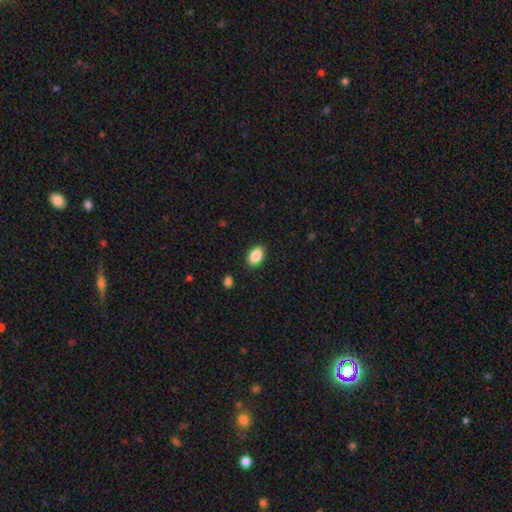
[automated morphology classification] Smooth or featured? smooth (88%)
How rounded? in between (90%)
Merging? none (88%)